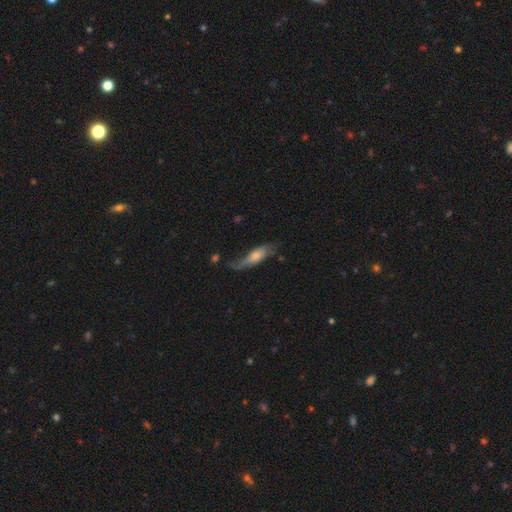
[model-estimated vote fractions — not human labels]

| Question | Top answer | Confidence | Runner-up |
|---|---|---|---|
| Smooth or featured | featured or disk | 51% | smooth (41%) |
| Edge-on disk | no | 55% | yes (45%) |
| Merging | none | 48% | minor disturbance (29%) |